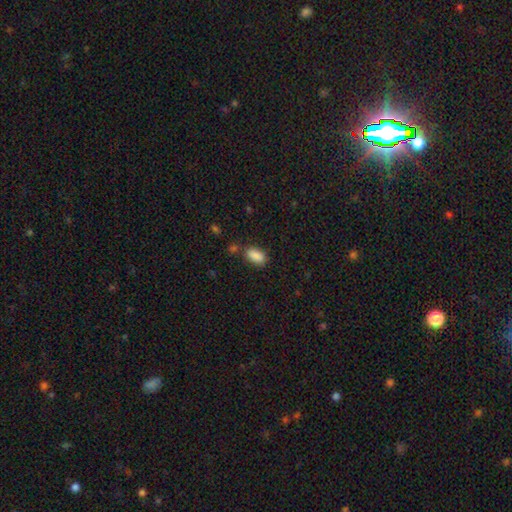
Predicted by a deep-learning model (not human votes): A smooth galaxy with no disk features (88%) that is in between round and cigar-shaped (89%). Merging: none (73%).